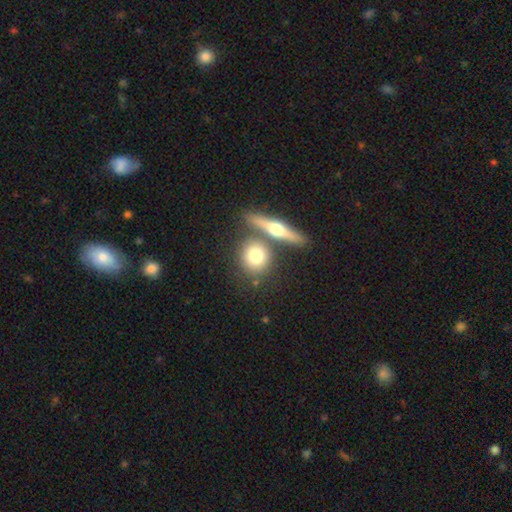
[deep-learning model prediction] Q: Smooth or featured?
A: smooth (67%); runner-up: featured or disk (25%)
Q: How rounded?
A: round (75%); runner-up: in between (19%)
Q: Merging?
A: none (65%); runner-up: merger (24%)